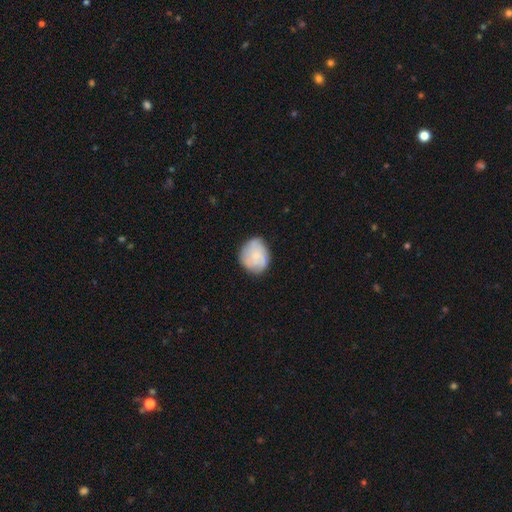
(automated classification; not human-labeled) Overall: smooth (63%; featured or disk 30%). How rounded: round (70%). Merging: none (73%).